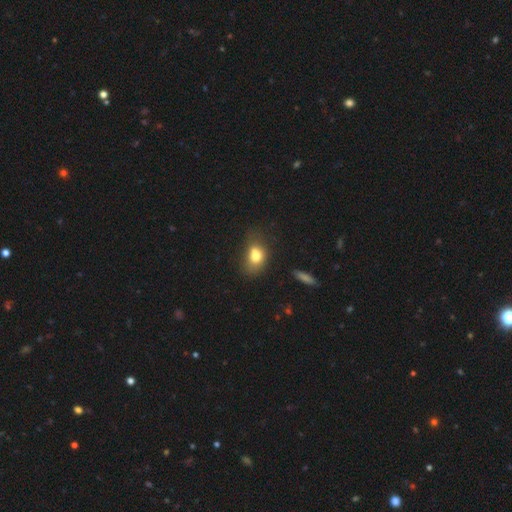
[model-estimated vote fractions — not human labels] Smooth or featured? smooth (74%)
How rounded? in between (69%)
Merging? none (34%)